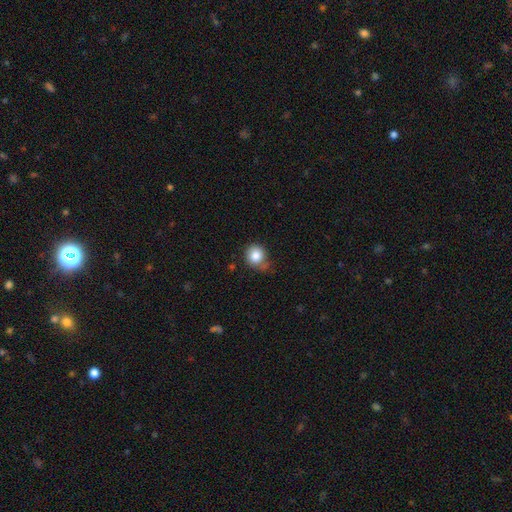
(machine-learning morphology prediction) A smooth galaxy with no disk features (83%) that is round (83%).

Vote fractions:
- Smooth or featured? smooth: 83% / star or artifact: 10% / featured or disk: 7%
- How rounded? round: 83% / in between: 16% / cigar-shaped: 1%
- Merging? none: 62% / minor disturbance: 25% / major disturbance: 7% / merger: 6%